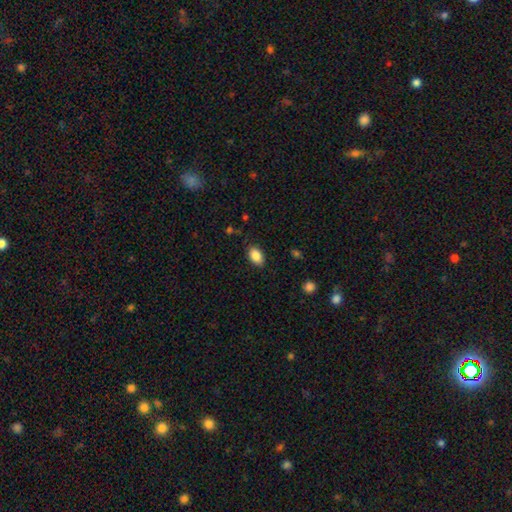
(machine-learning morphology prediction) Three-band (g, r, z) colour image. It shows a smooth galaxy with no disk features (87%) that is in between round and cigar-shaped (91%). Merging: none (85%).